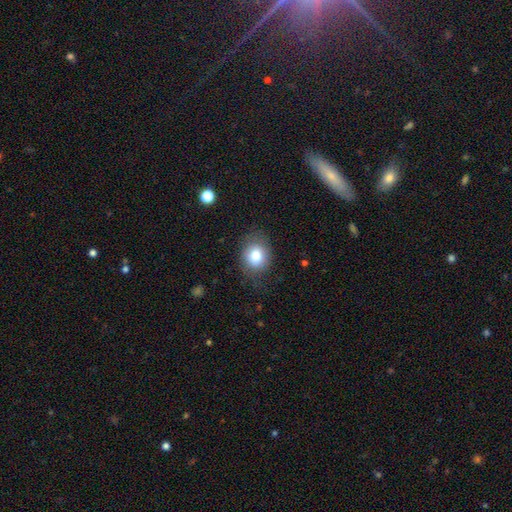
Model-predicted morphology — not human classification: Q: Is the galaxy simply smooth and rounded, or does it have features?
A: smooth — 80%.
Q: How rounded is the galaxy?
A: round — 57%.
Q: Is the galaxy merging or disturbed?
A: none — 73%.